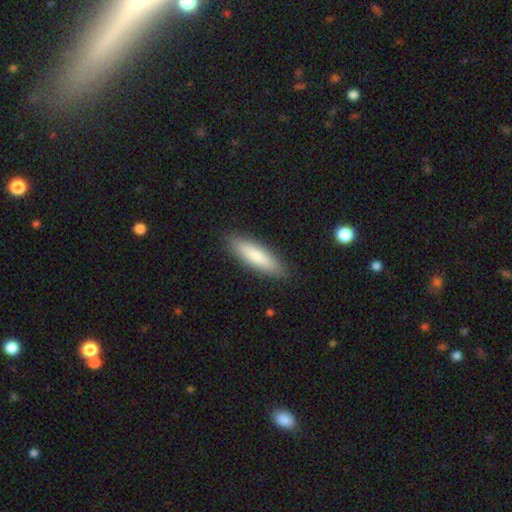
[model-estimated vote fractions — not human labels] The model was most divided on "how rounded": cigar-shaped: 68%, in between: 31%, round: 1%. More confident: merging — none (88%); smooth or featured — smooth (79%).